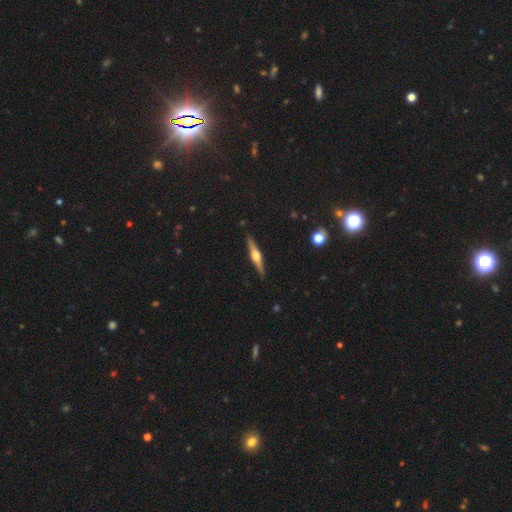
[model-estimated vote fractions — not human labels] The model was most divided on "smooth or featured": featured or disk: 75%, smooth: 19%, star or artifact: 5%. More confident: edge-on disk — yes (98%); edge-on bulge — rounded (94%); merging — none (91%).